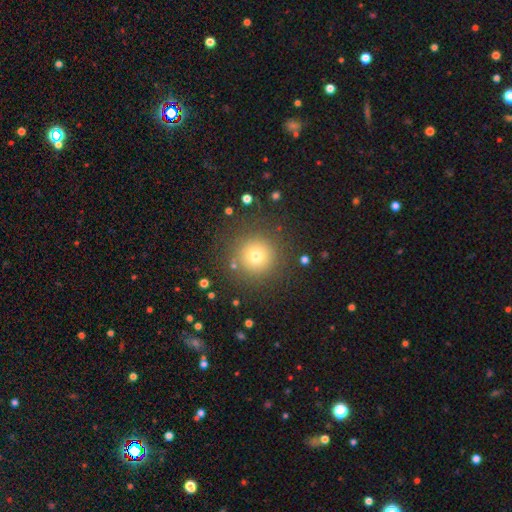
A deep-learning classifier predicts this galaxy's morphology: A smooth galaxy with no disk features (72%) that is round (96%). Merging: none (86%).